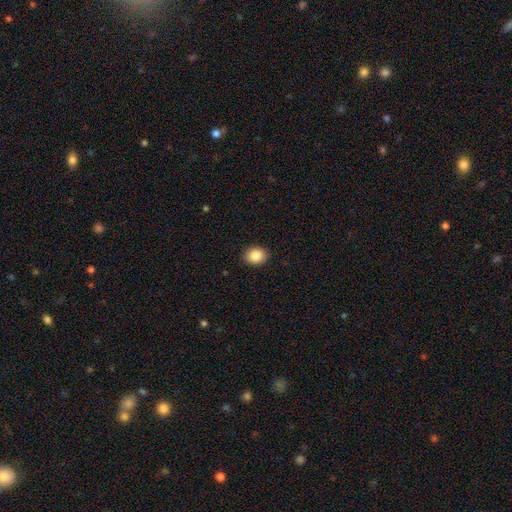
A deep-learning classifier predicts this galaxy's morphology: A smooth galaxy with no disk features (86%) that is round (64%). Merging: none (91%).